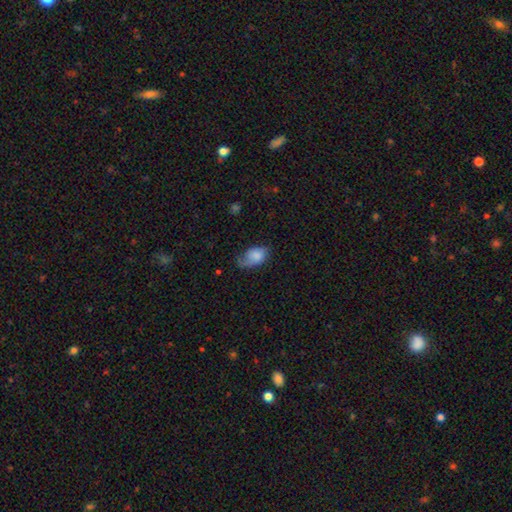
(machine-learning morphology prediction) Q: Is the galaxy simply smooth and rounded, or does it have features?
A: smooth — 69%.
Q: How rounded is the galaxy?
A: in between — 90%.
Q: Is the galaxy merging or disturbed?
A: none — 45%.